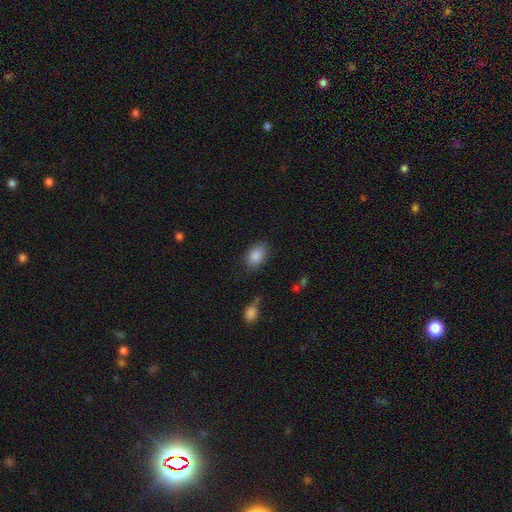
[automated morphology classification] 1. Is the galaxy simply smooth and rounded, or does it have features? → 88% smooth, 7% star or artifact, 5% featured or disk.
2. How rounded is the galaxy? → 86% in between, 13% round, 1% cigar-shaped.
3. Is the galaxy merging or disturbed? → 81% none, 13% minor disturbance, 4% major disturbance, 2% merger.